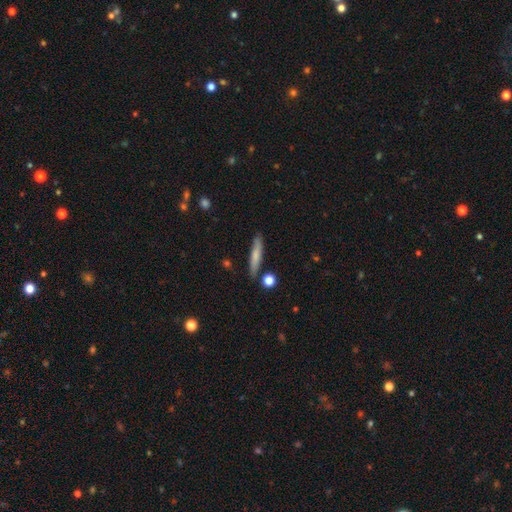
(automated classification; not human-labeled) This appears to be a smooth galaxy with no disk features (71%) that is cigar-shaped (91%). Merging: none (85%).